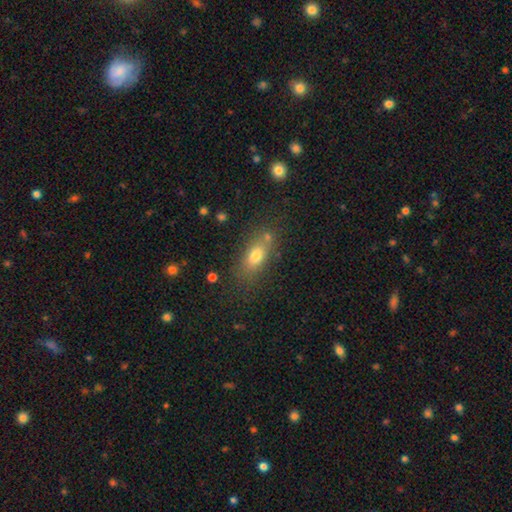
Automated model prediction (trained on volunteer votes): Smooth or featured? Predicted: smooth (p=0.74). How rounded? Predicted: in between (p=0.75). Merging? Predicted: none (p=0.67).